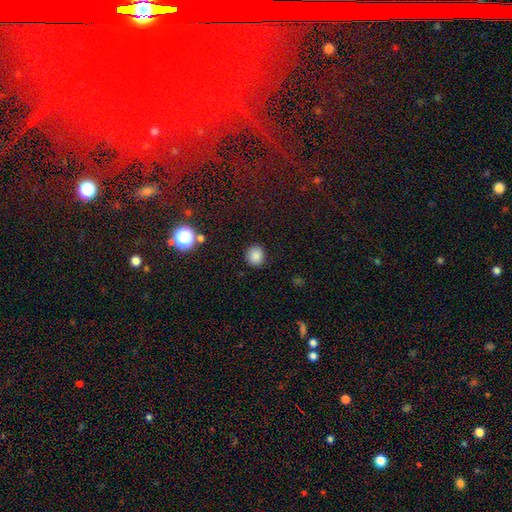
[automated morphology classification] Smooth or featured? Predicted: smooth (p=0.84). How rounded? Predicted: round (p=0.88). Merging? Predicted: none (p=0.88).